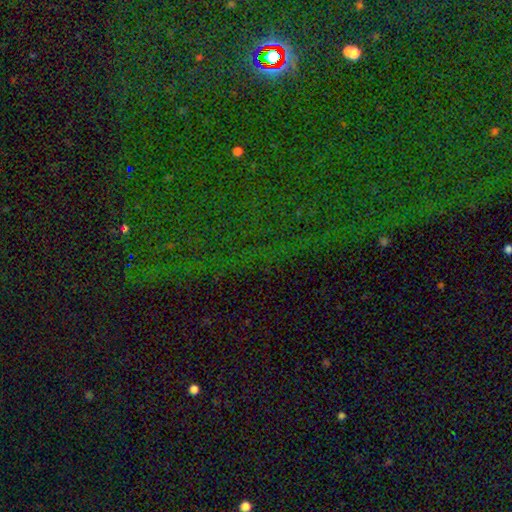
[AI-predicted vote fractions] This is clearly a star or artifact rather than a galaxy (82%).